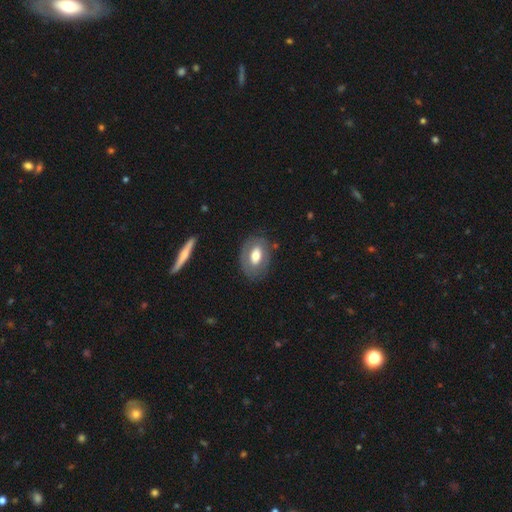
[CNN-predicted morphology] Smooth or featured: smooth — 55% (featured or disk — 38%)
How rounded: in between — 83% (round — 16%)
Merging: none — 78% (minor disturbance — 14%)